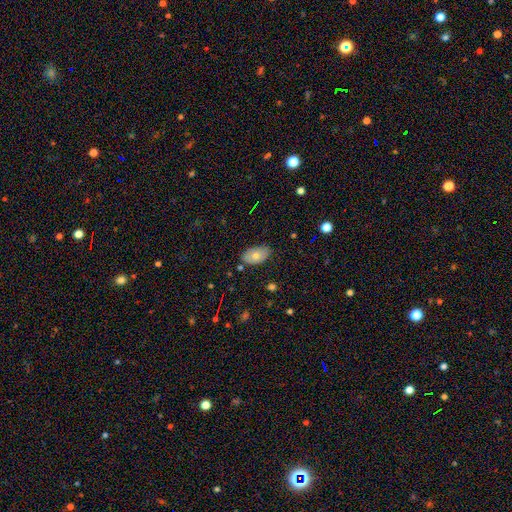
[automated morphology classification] A smooth galaxy with no disk features (65%) that is in between round and cigar-shaped (91%). Merging: none (79%).